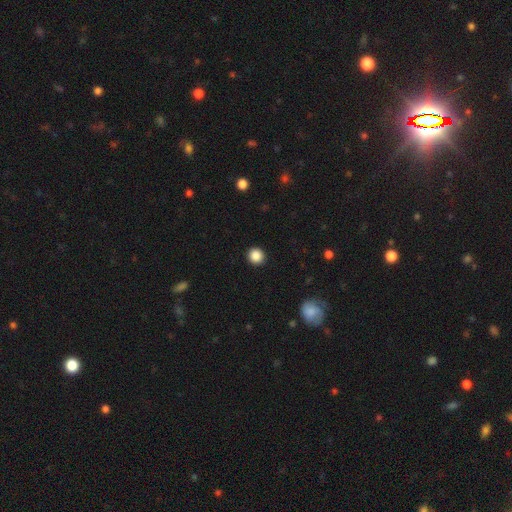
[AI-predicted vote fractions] smooth_or_featured: smooth (p=0.87) [alt: star or artifact p=0.10]
how_rounded: round (p=0.92) [alt: in between p=0.07]
merging: none (p=0.92) [alt: minor disturbance p=0.05]